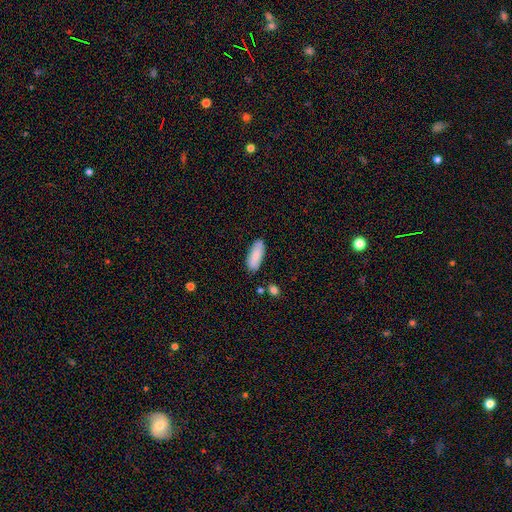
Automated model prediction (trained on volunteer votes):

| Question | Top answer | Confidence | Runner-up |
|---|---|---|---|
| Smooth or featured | smooth | 88% | featured or disk (6%) |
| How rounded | in between | 75% | cigar-shaped (23%) |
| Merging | none | 83% | minor disturbance (12%) |